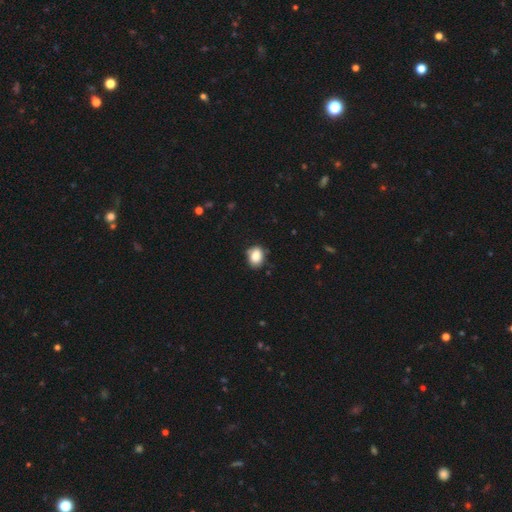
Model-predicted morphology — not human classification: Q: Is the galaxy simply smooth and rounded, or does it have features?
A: smooth — 83%.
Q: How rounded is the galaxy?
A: in between — 65%.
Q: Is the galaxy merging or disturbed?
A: none — 71%.